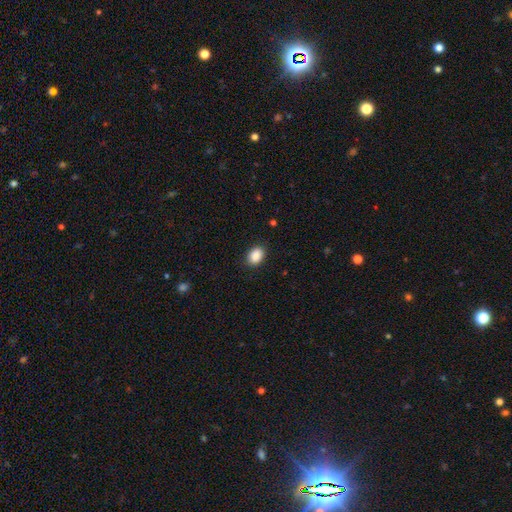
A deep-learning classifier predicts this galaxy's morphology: Smooth or featured? smooth (90%)
How rounded? in between (74%)
Merging? none (87%)